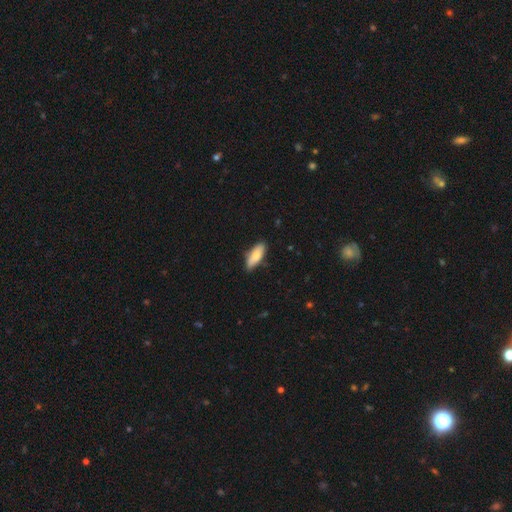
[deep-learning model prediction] Smooth or featured?
  - smooth: 78% *
  - featured or disk: 16%
  - star or artifact: 6%
How rounded?
  - in between: 69% *
  - cigar-shaped: 29%
  - round: 2%
Merging?
  - none: 78% *
  - minor disturbance: 18%
  - major disturbance: 2%
  - merger: 2%